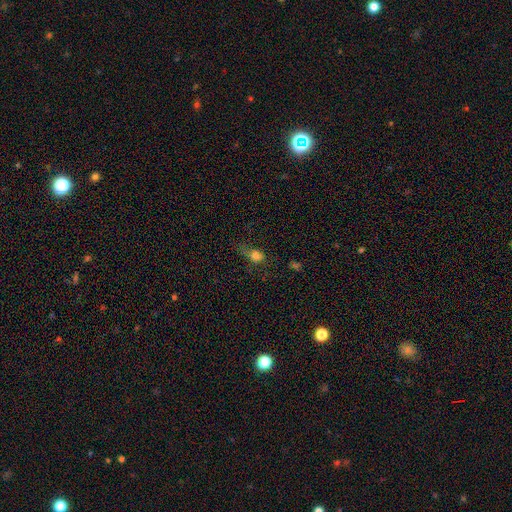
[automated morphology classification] This is likely a smooth galaxy (71%). How rounded: likely in between (64%). Merging: marginally major disturbance (39%).